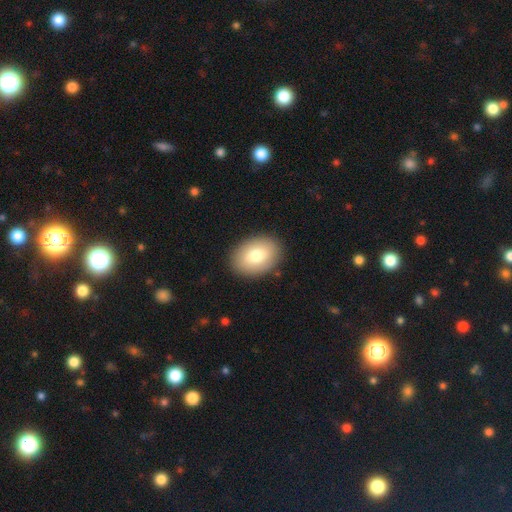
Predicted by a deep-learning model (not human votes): This is likely a smooth galaxy (78%). How rounded: likely in between (79%). Merging: clearly none (89%).